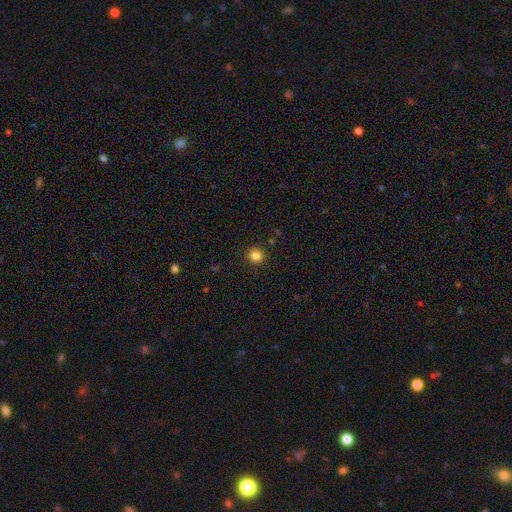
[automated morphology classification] Overall: smooth (83%). How rounded: round (91%). Merging: none (91%).